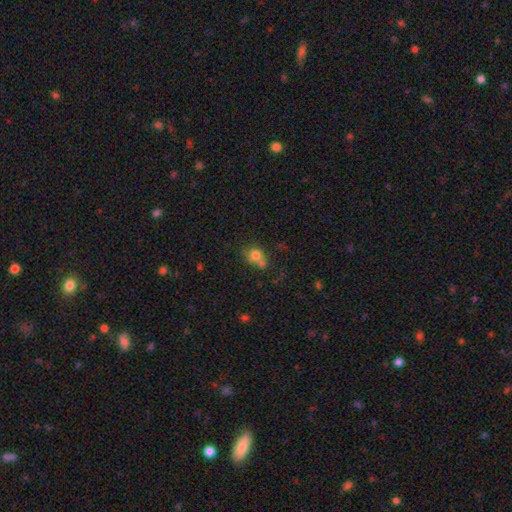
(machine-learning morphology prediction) A smooth galaxy with no disk features (74%) that is round (71%).

Vote fractions:
- Smooth or featured? smooth: 74% / featured or disk: 14% / star or artifact: 12%
- How rounded? round: 71% / in between: 28% / cigar-shaped: 1%
- Merging? merger: 43% / none: 39% / minor disturbance: 13% / major disturbance: 6%